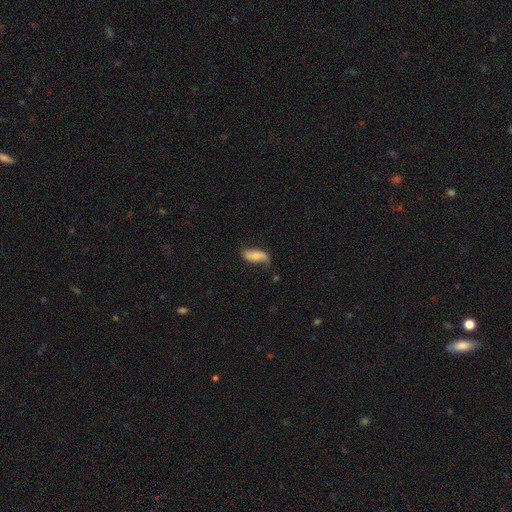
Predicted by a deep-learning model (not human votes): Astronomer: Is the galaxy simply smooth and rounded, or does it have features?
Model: smooth — 49% (runner-up: featured or disk, 43%).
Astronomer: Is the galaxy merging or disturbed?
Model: none — 57%.